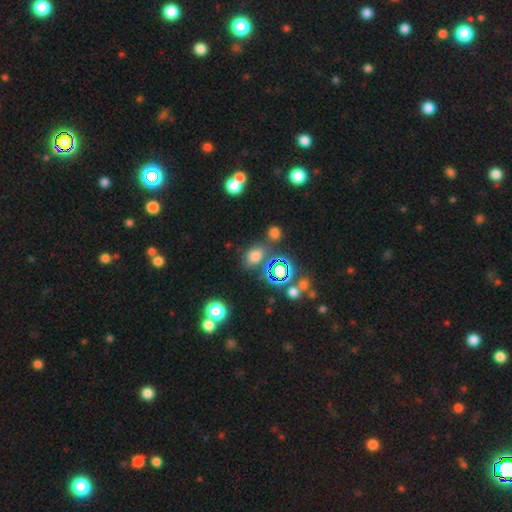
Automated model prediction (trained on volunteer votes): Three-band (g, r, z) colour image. It shows a smooth galaxy with no disk features (62%) that is in between round and cigar-shaped (59%). Merging: none (66%).